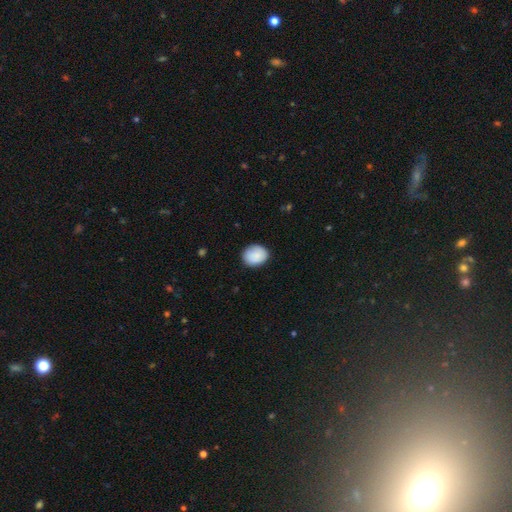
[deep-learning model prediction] Smooth or featured? Predicted: smooth (p=0.88). How rounded? Predicted: in between (p=0.50). Merging? Predicted: none (p=0.84).